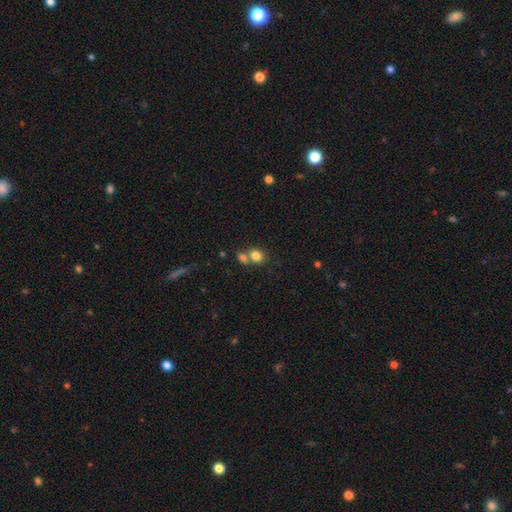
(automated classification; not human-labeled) smooth_or_featured: smooth (p=0.81) [alt: star or artifact p=0.11]
how_rounded: round (p=0.64) [alt: in between p=0.34]
merging: merger (p=0.45) [alt: none p=0.43]